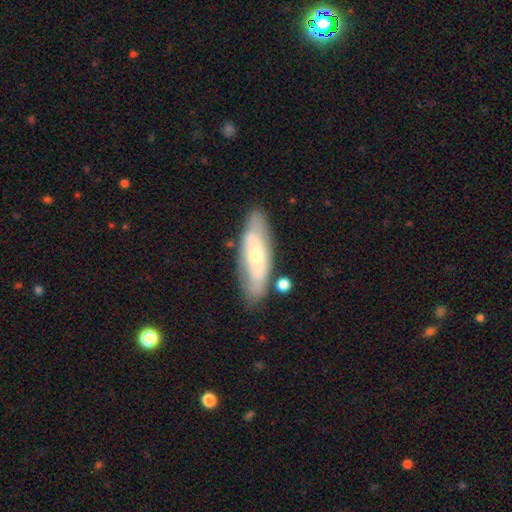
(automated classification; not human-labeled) A featured or disk galaxy (52%).

Vote fractions:
- Smooth or featured? featured or disk: 52% / smooth: 42% / star or artifact: 6%
- Edge-on disk? no: 70% / yes: 30%
- Merging? none: 75% / minor disturbance: 15% / merger: 5% / major disturbance: 4%